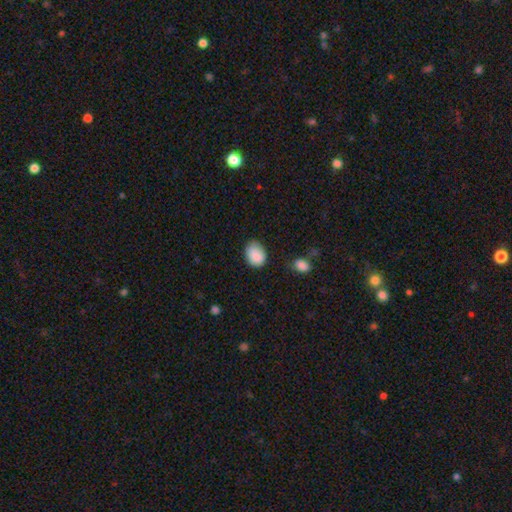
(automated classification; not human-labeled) Smooth or featured? Predicted: smooth (p=0.87). How rounded? Predicted: in between (p=0.64). Merging? Predicted: none (p=0.67).